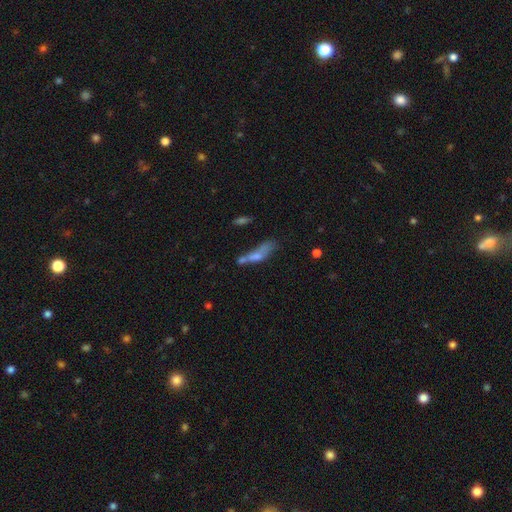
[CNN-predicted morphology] Smooth or featured?
  - smooth: 57% *
  - featured or disk: 31%
  - star or artifact: 13%
How rounded?
  - cigar-shaped: 53% *
  - in between: 43%
  - round: 5%
Merging?
  - merger: 39% *
  - none: 25%
  - major disturbance: 20%
  - minor disturbance: 17%